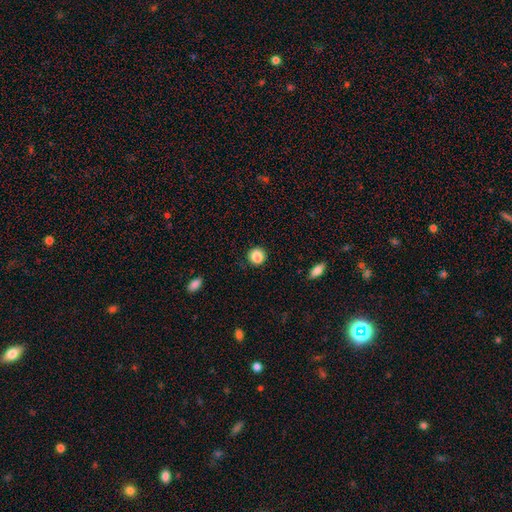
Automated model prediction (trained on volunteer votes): smooth 87%, star or artifact 9%, featured or disk 4%. Down the decision tree: how rounded — round (90%); merging — none (89%).